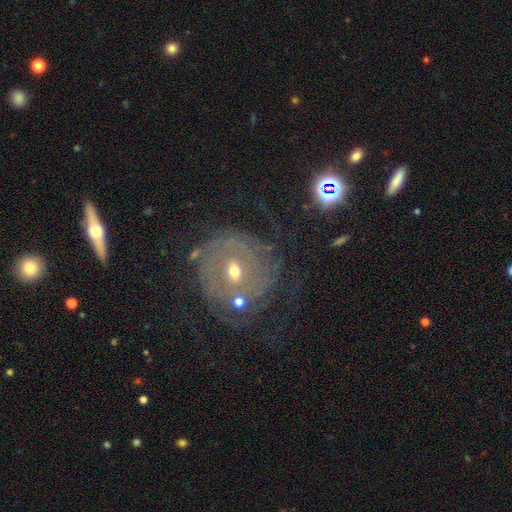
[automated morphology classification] Smooth or featured? featured or disk (76%)
Edge-on disk? no (95%)
Bar? no (59%)
Spiral arms? yes (81%)
Spiral winding? tight (72%)
Spiral arm count? can't tell (47%)
Bulge size? moderate (49%)
Merging? none (62%)